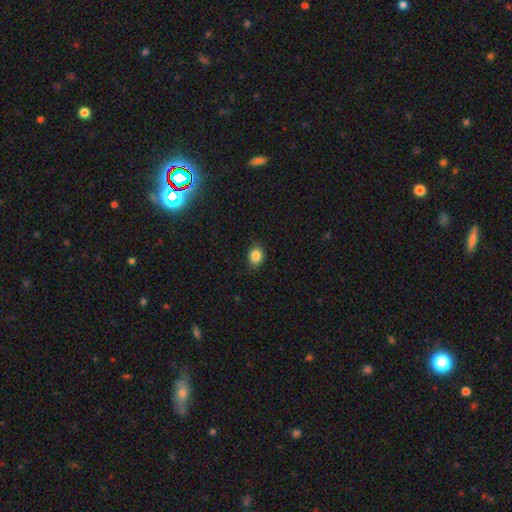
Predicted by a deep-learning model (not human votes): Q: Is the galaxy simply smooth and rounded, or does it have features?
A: smooth — 85%.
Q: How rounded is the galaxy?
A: round — 50%.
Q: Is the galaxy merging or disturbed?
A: none — 82%.